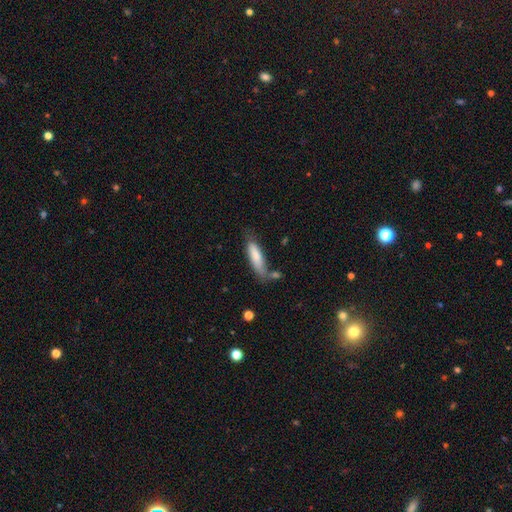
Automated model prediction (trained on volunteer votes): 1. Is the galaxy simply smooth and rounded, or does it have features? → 79% smooth, 15% featured or disk, 6% star or artifact.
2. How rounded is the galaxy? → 63% cigar-shaped, 36% in between, 1% round.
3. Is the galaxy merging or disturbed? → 52% none, 25% minor disturbance, 13% merger, 9% major disturbance.